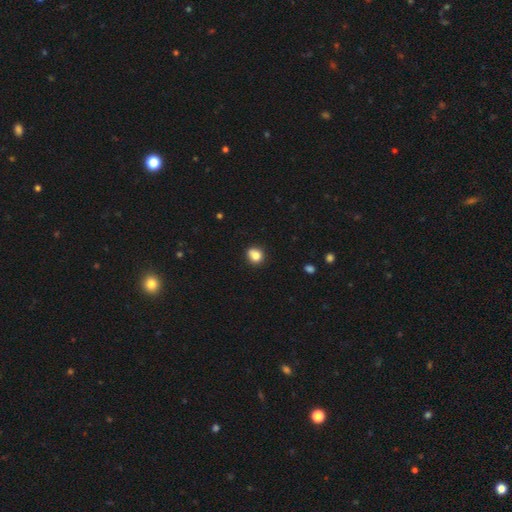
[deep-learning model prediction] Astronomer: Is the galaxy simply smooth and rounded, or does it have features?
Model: smooth — 82%.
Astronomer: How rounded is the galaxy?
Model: round — 71%.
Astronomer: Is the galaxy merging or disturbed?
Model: none — 75%.